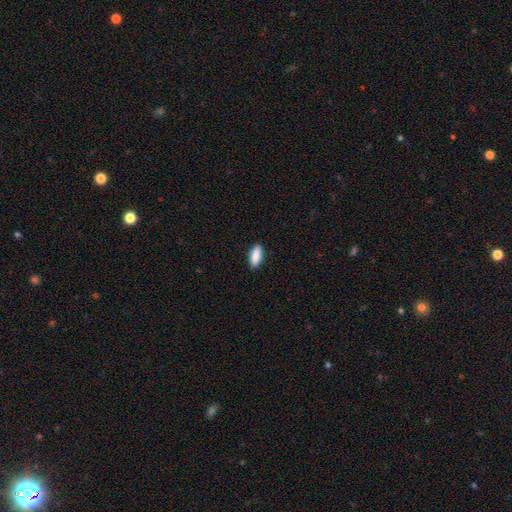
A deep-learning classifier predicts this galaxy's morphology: smooth_or_featured: smooth (p=0.88) [alt: star or artifact p=0.06]
how_rounded: in between (p=0.71) [alt: cigar-shaped p=0.27]
merging: none (p=0.88) [alt: minor disturbance p=0.09]